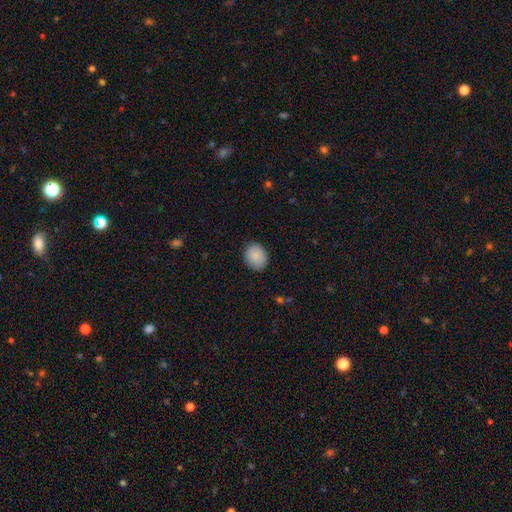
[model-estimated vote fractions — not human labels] Smooth or featured?
  - smooth: 90% *
  - star or artifact: 7%
  - featured or disk: 3%
How rounded?
  - round: 57% *
  - in between: 42%
  - cigar-shaped: 1%
Merging?
  - none: 86% *
  - minor disturbance: 11%
  - major disturbance: 2%
  - merger: 1%